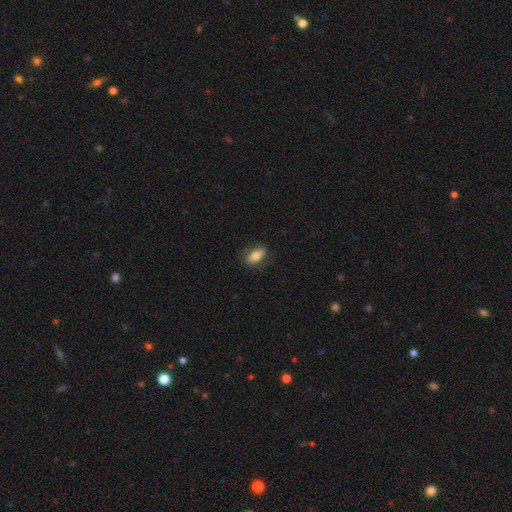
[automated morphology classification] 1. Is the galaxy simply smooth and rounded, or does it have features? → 72% smooth, 21% featured or disk, 7% star or artifact.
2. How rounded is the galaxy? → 85% in between, 10% cigar-shaped, 5% round.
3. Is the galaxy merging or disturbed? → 79% none, 16% minor disturbance, 4% major disturbance, 1% merger.